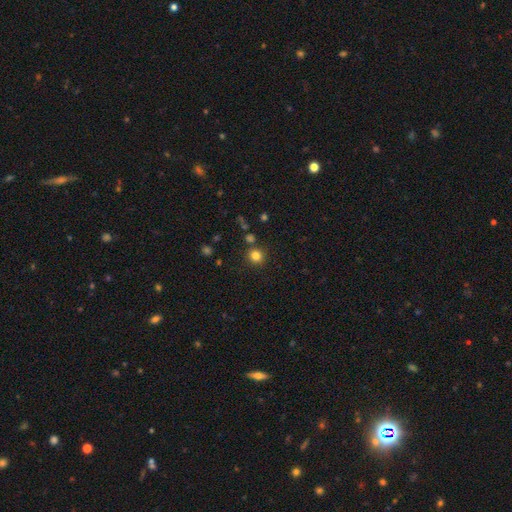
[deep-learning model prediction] Smooth or featured: smooth — 81% (star or artifact — 13%)
How rounded: round — 92% (in between — 7%)
Merging: none — 85% (minor disturbance — 7%)